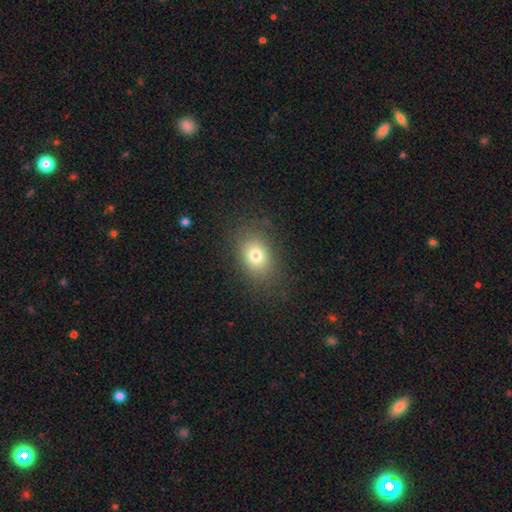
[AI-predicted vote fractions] smooth_or_featured: smooth (p=0.77) [alt: star or artifact p=0.13]
how_rounded: in between (p=0.62) [alt: round p=0.36]
merging: none (p=0.83) [alt: minor disturbance p=0.11]